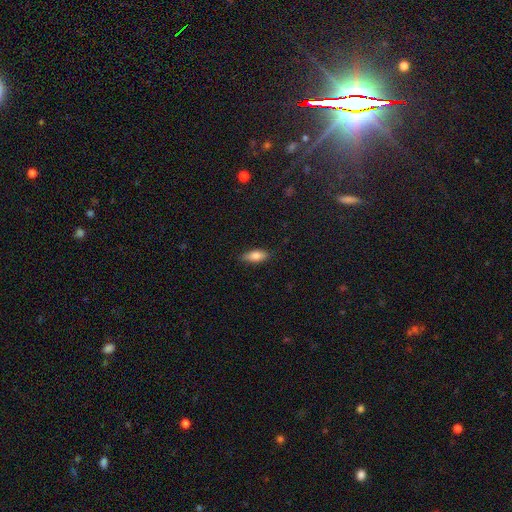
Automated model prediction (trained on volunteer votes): smooth_or_featured: smooth (p=0.79) [alt: featured or disk p=0.14]
how_rounded: in between (p=0.77) [alt: cigar-shaped p=0.20]
merging: none (p=0.85) [alt: minor disturbance p=0.12]